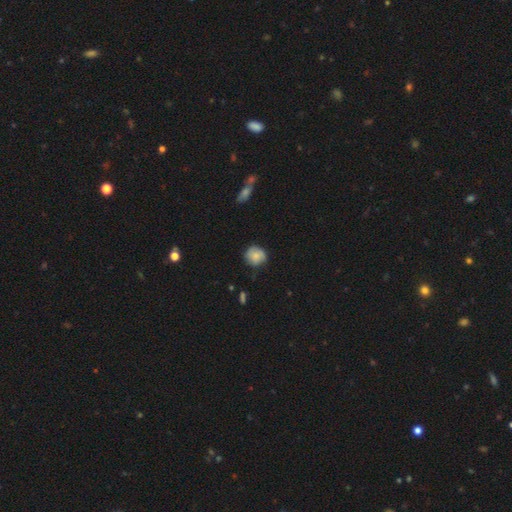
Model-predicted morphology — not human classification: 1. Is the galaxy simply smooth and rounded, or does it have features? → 75% smooth, 17% featured or disk, 8% star or artifact.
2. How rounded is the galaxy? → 82% round, 17% in between, 1% cigar-shaped.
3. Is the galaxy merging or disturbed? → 70% none, 24% minor disturbance, 4% major disturbance, 2% merger.